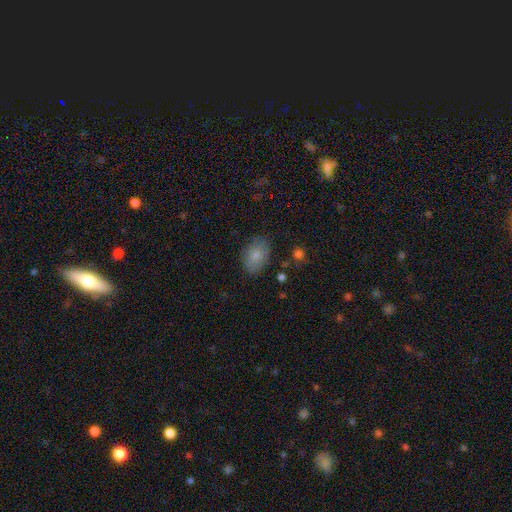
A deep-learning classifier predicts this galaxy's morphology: smooth_or_featured: smooth (p=0.80) [alt: featured or disk p=0.12]
how_rounded: in between (p=0.86) [alt: round p=0.12]
merging: none (p=0.81) [alt: minor disturbance p=0.14]